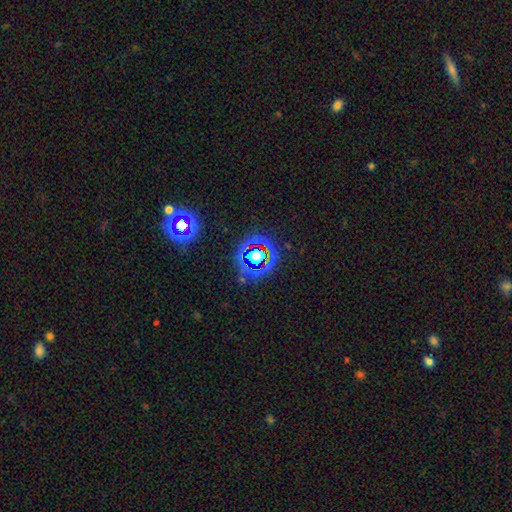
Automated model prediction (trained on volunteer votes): Smooth or featured? star or artifact (62%)